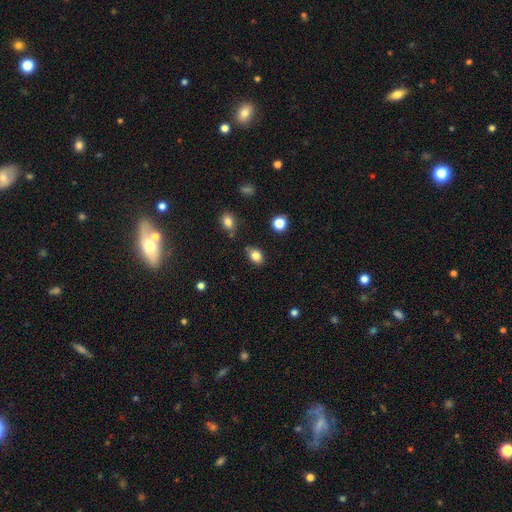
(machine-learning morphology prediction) smooth 83%, star or artifact 10%, featured or disk 6%. Down the decision tree: how rounded — in between (72%); merging — none (76%).